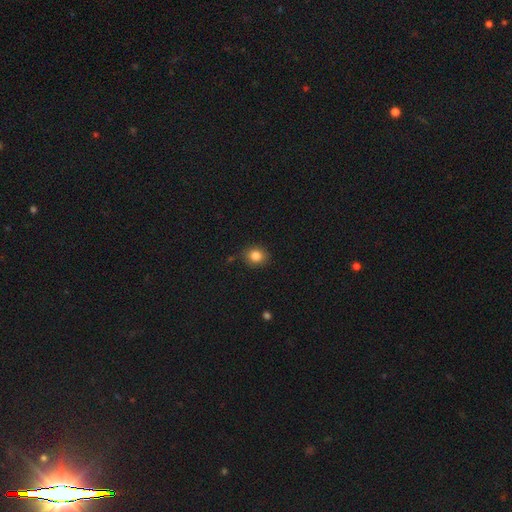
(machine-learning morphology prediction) Smooth or featured: smooth — 84% (star or artifact — 11%)
How rounded: round — 74% (in between — 25%)
Merging: none — 86% (minor disturbance — 10%)